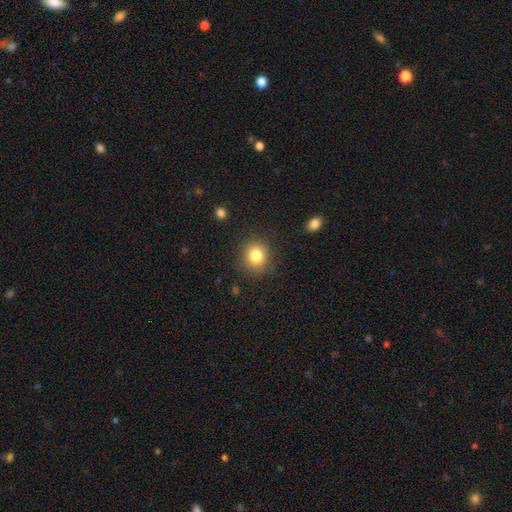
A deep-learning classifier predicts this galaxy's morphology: Smooth or featured: smooth — 82% (star or artifact — 11%)
How rounded: round — 82% (in between — 18%)
Merging: none — 87% (minor disturbance — 9%)